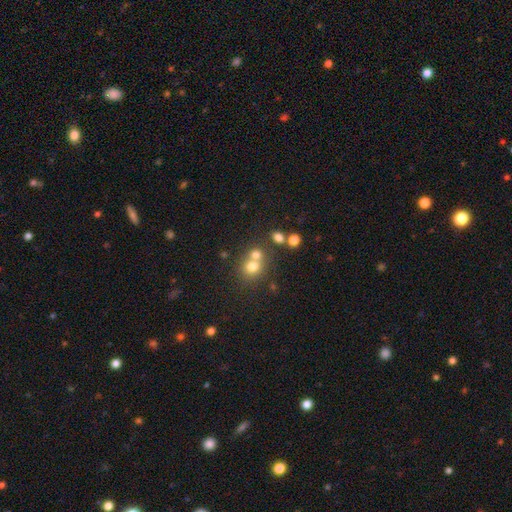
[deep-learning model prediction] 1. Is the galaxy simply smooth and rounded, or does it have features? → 57% smooth, 29% star or artifact, 14% featured or disk.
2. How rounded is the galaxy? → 85% round, 14% in between, 1% cigar-shaped.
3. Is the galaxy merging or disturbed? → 53% none, 36% merger, 7% minor disturbance, 3% major disturbance.